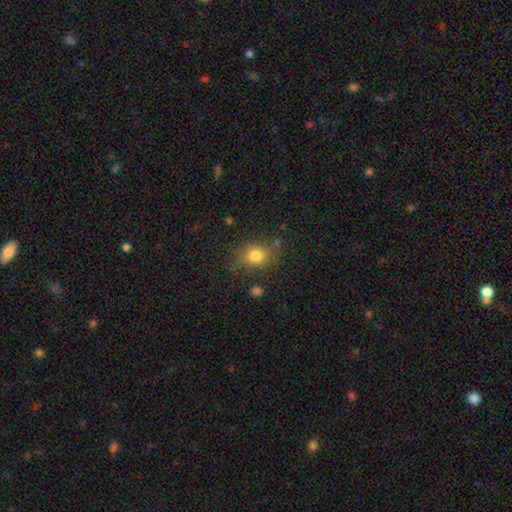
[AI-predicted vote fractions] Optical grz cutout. It shows a smooth galaxy with no disk features (80%) that is round (56%). Merging: none (75%).